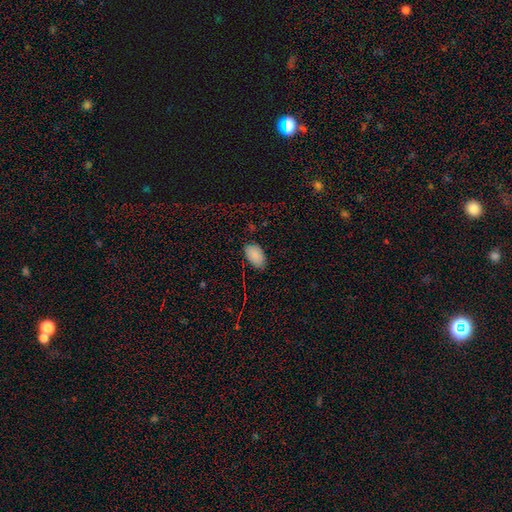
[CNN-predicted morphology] Smooth or featured? smooth (86%)
How rounded? in between (93%)
Merging? none (81%)